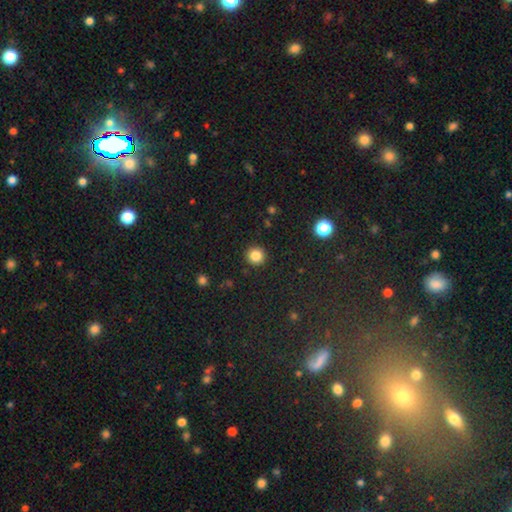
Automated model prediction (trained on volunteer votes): A smooth galaxy with no disk features (85%) that is round (94%). Merging: none (92%).